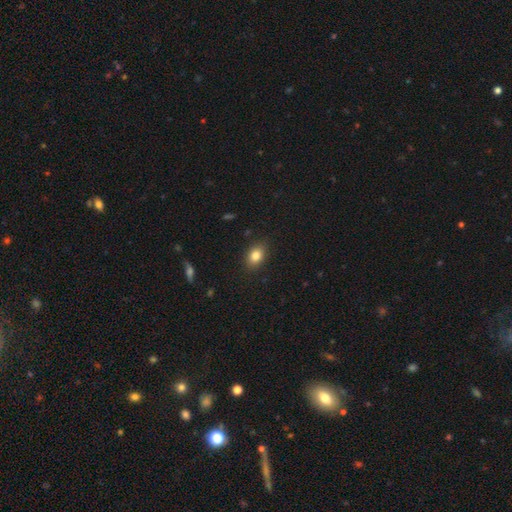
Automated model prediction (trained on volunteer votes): This is clearly a smooth galaxy (83%). How rounded: likely in between (75%). Merging: clearly none (87%).